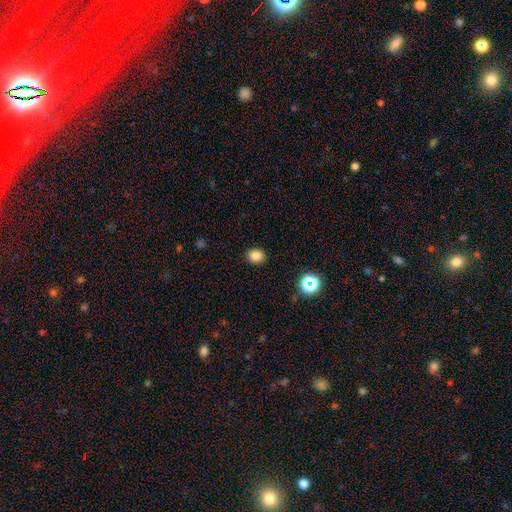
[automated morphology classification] Smooth or featured: smooth — 82% (star or artifact — 13%)
How rounded: round — 72% (in between — 27%)
Merging: none — 91% (minor disturbance — 6%)